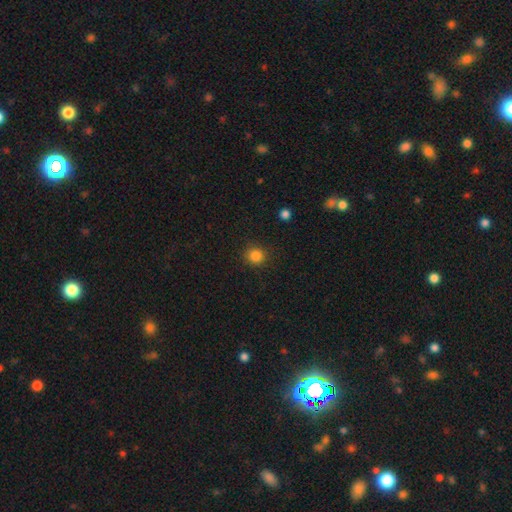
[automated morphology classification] Q: Smooth or featured?
A: smooth (84%); runner-up: star or artifact (12%)
Q: How rounded?
A: round (90%); runner-up: in between (9%)
Q: Merging?
A: none (89%); runner-up: minor disturbance (7%)